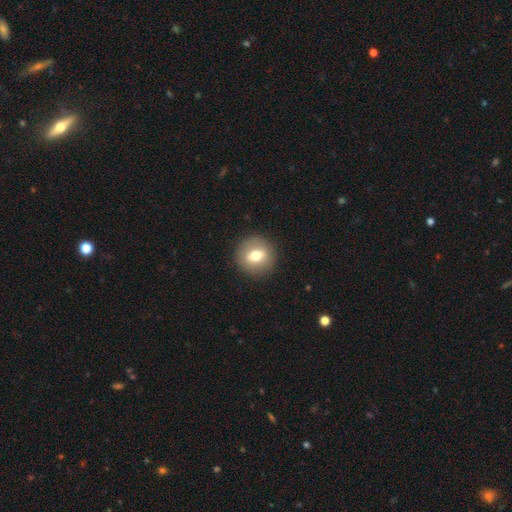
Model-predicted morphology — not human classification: Smooth or featured? Predicted: smooth (p=0.64). How rounded? Predicted: round (p=0.87). Merging? Predicted: none (p=0.90).